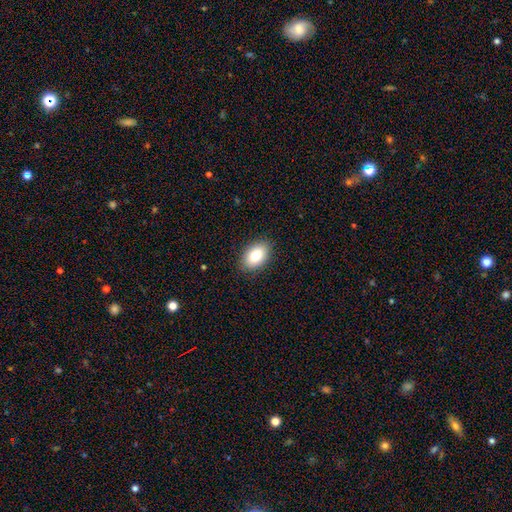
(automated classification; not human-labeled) smooth-or-featured: smooth: 82% | featured or disk: 10% | star or artifact: 8%
  how-rounded: in between: 89% | round: 9% | cigar-shaped: 1%
  merging: none: 88% | minor disturbance: 9% | major disturbance: 2% | merger: 1%